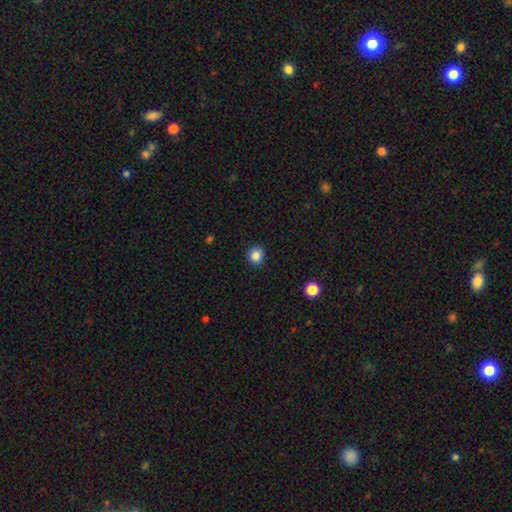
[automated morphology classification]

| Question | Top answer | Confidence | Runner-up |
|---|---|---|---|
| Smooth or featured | smooth | 85% | star or artifact (11%) |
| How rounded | round | 92% | in between (8%) |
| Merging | none | 91% | minor disturbance (6%) |